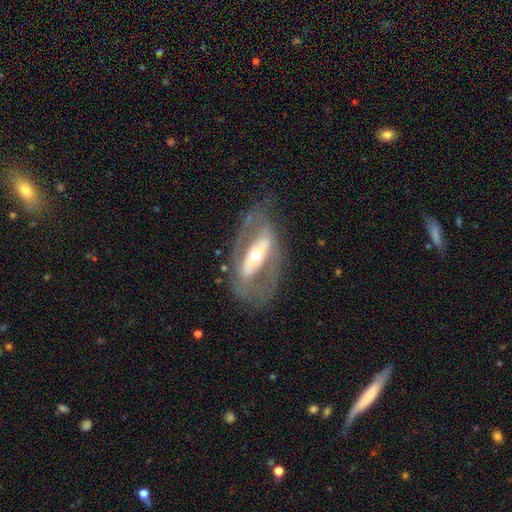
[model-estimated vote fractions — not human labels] The model was most divided on "spiral arms": yes: 52%, no: 48%. More confident: edge-on disk — no (86%); smooth or featured — featured or disk (80%); merging — none (66%); bar — strong (58%); bulge size — moderate (52%).